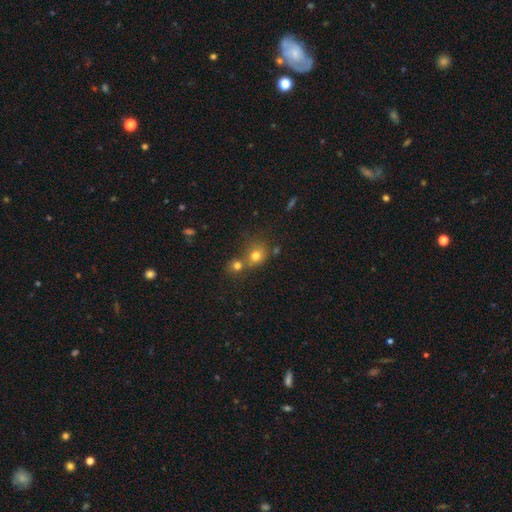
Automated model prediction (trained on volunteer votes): Smooth or featured: smooth — 75% (star or artifact — 14%)
How rounded: round — 76% (in between — 23%)
Merging: merger — 49% (none — 39%)